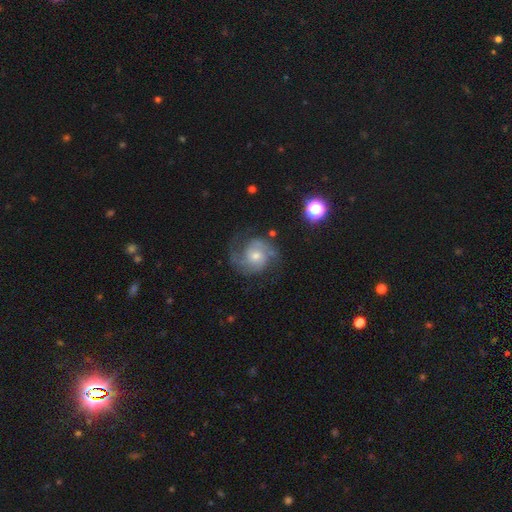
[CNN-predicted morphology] Smooth or featured: featured or disk — 85% (smooth — 8%)
Edge-on disk: no — 98% (yes — 2%)
Bar: no — 63% (weak — 31%)
Spiral arms: yes — 97% (no — 3%)
Spiral winding: medium — 51% (tight — 34%)
Spiral arm count: 2 — 80% (3 — 7%)
Bulge size: moderate — 53% (small — 39%)
Merging: none — 73% (minor disturbance — 16%)